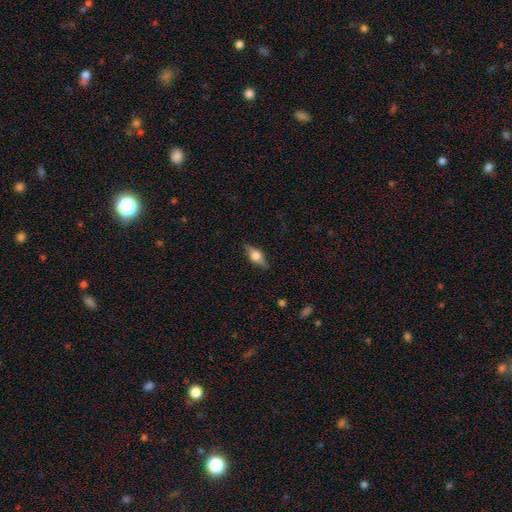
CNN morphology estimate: smooth 47%, featured or disk 46%, star or artifact 7%. Down the decision tree: merging — none (85%).